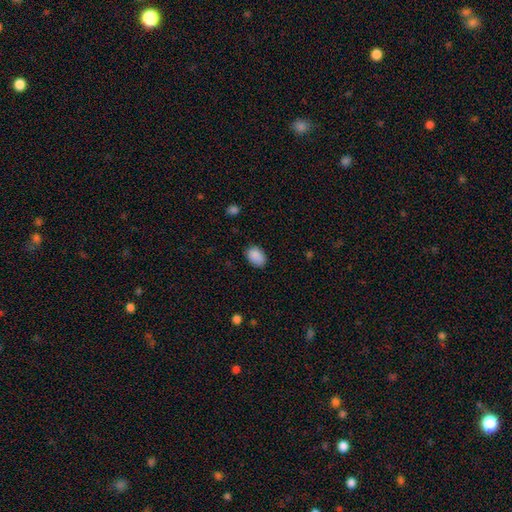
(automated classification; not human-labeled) A smooth galaxy with no disk features (89%) that is in between round and cigar-shaped (83%). Merging: none (81%).